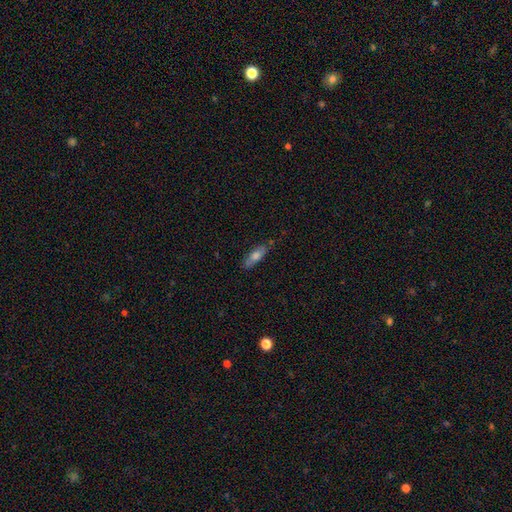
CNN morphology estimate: Smooth or featured? Predicted: smooth (p=0.67). How rounded? Predicted: in between (p=0.54). Merging? Predicted: none (p=0.76).